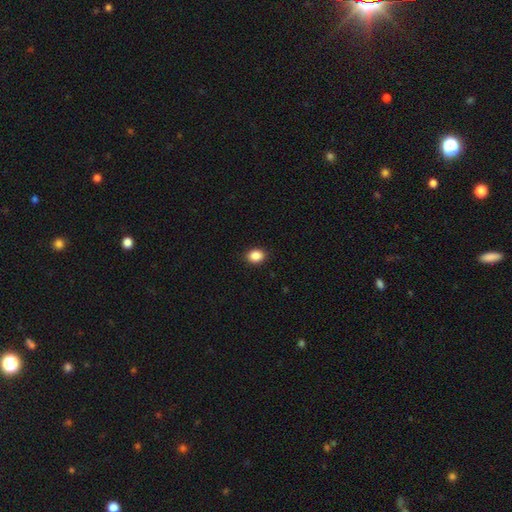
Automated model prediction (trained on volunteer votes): Morphology: type=smooth (88%); roundness=in between (56%); merging=none (90%).